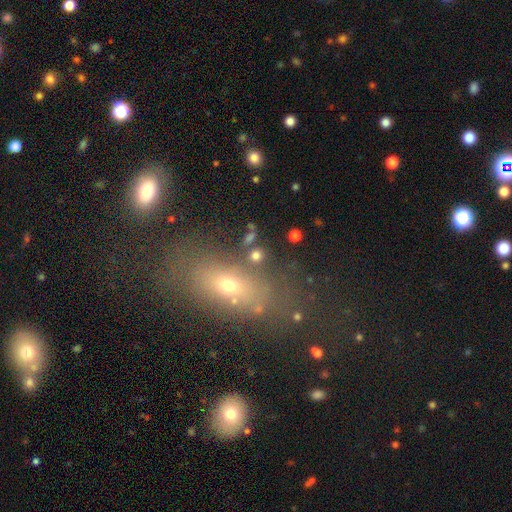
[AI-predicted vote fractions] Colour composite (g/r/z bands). It shows a smooth galaxy with no disk features (70%) that is round (49%). Merging: none (73%).